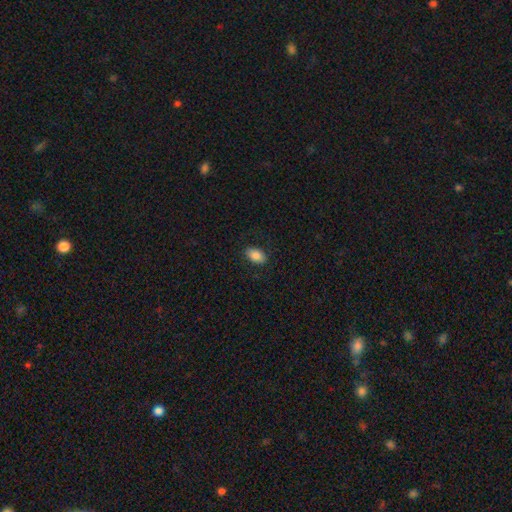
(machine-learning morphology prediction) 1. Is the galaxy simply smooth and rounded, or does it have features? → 84% smooth, 8% star or artifact, 8% featured or disk.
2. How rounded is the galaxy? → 88% in between, 11% round, 1% cigar-shaped.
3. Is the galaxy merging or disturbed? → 86% none, 10% minor disturbance, 3% major disturbance, 1% merger.